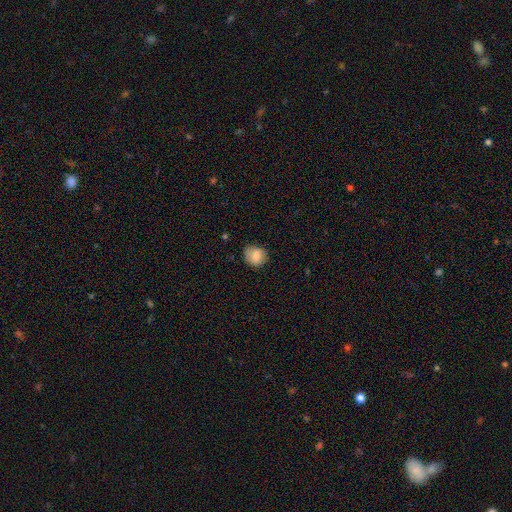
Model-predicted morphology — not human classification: smooth 80%, featured or disk 11%, star or artifact 9%. Down the decision tree: how rounded — round (73%); merging — none (75%).